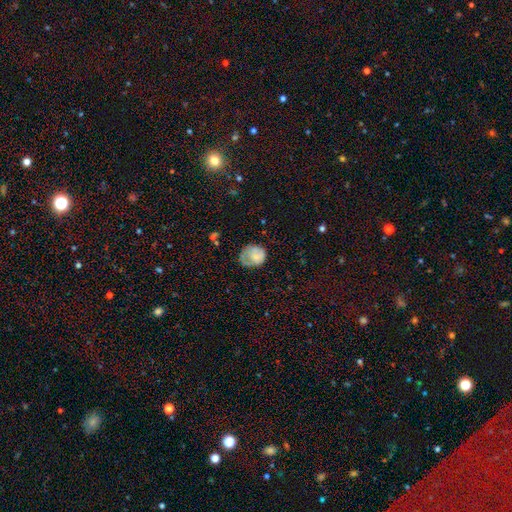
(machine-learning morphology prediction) Smooth or featured?
  - smooth: 66% *
  - featured or disk: 24%
  - star or artifact: 9%
How rounded?
  - round: 68% *
  - in between: 31%
  - cigar-shaped: 1%
Merging?
  - none: 46% *
  - minor disturbance: 32%
  - major disturbance: 19%
  - merger: 2%